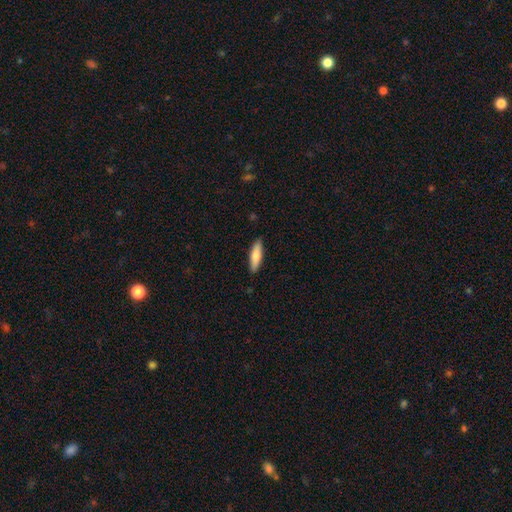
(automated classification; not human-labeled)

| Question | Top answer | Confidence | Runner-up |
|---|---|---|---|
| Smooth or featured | smooth | 78% | featured or disk (16%) |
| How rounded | cigar-shaped | 60% | in between (38%) |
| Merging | none | 89% | minor disturbance (8%) |